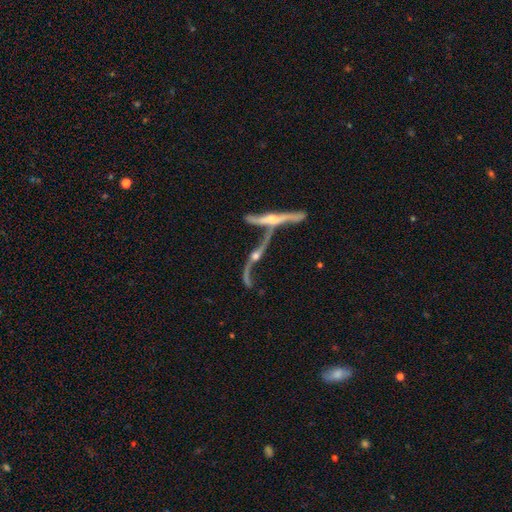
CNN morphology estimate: The model was most divided on "bulge size": moderate: 47%, small: 33%, none: 11%, large: 6%, dominant: 3%. More confident: spiral arms — yes (82%); smooth or featured — featured or disk (81%); bar — no (67%); edge-on disk — no (63%); merging — merger (53%).